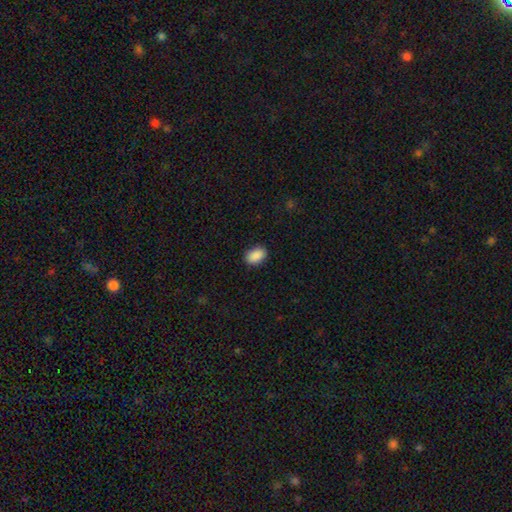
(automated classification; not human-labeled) Smooth or featured: smooth — 90% (star or artifact — 7%)
How rounded: in between — 88% (round — 11%)
Merging: none — 89% (minor disturbance — 8%)